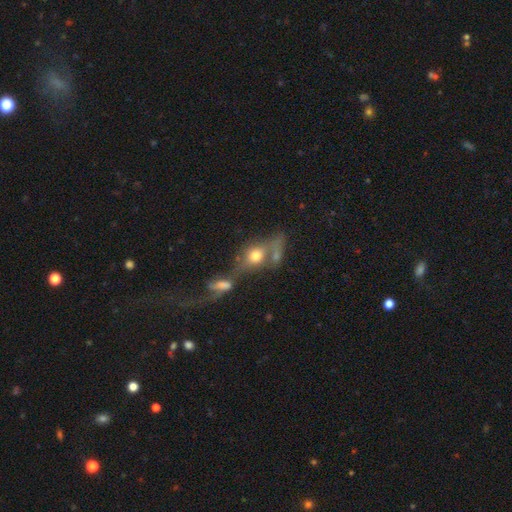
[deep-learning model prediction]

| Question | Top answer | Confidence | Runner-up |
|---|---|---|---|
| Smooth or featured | smooth | 56% | featured or disk (31%) |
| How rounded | in between | 59% | round (33%) |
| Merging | merger | 53% | none (24%) |